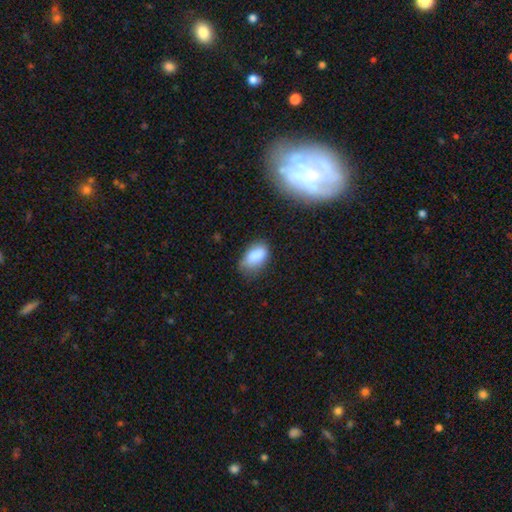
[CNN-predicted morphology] The model was most divided on "merging": none: 54%, minor disturbance: 34%, major disturbance: 9%, merger: 3%. More confident: how rounded — in between (90%); smooth or featured — smooth (83%).